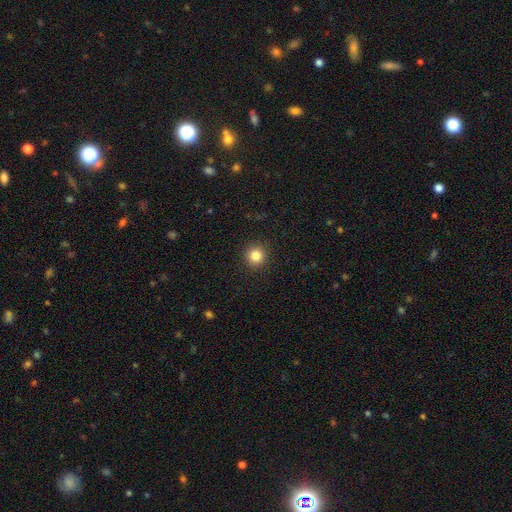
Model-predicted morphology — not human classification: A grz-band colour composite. It shows a smooth galaxy with no disk features (84%) that is round (94%). Merging: none (92%).